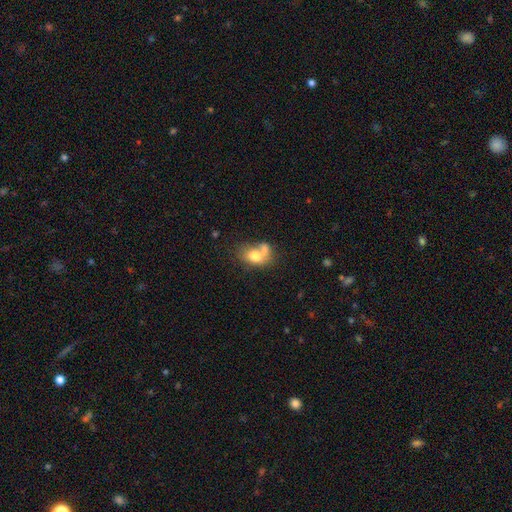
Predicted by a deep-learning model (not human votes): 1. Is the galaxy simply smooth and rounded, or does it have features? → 71% smooth, 20% featured or disk, 9% star or artifact.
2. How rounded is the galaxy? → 73% in between, 26% round, 1% cigar-shaped.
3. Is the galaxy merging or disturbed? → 49% merger, 26% none, 14% minor disturbance, 10% major disturbance.